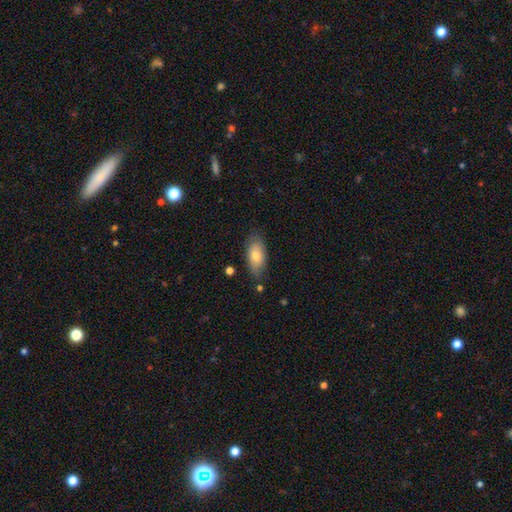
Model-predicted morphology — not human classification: smooth_or_featured: smooth (p=0.76) [alt: featured or disk p=0.17]
how_rounded: in between (p=0.87) [alt: cigar-shaped p=0.10]
merging: none (p=0.78) [alt: minor disturbance p=0.17]